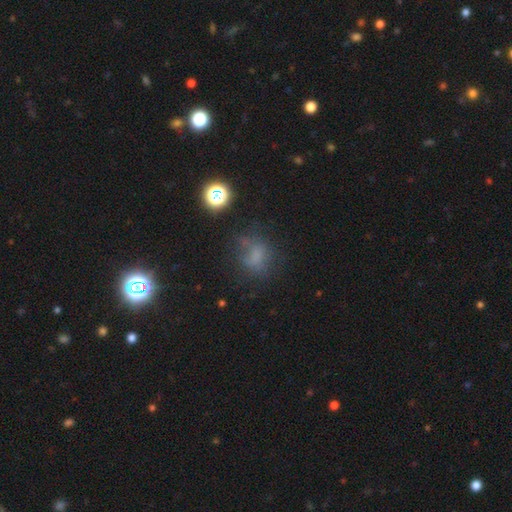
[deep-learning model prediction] Smooth or featured? smooth (54%)
How rounded? round (56%)
Merging? none (51%)